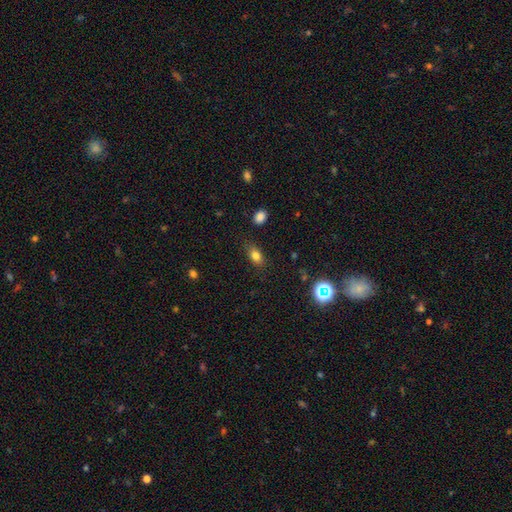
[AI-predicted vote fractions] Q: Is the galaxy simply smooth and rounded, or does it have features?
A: smooth — 79%.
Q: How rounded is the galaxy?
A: in between — 81%.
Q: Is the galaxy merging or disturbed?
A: none — 81%.